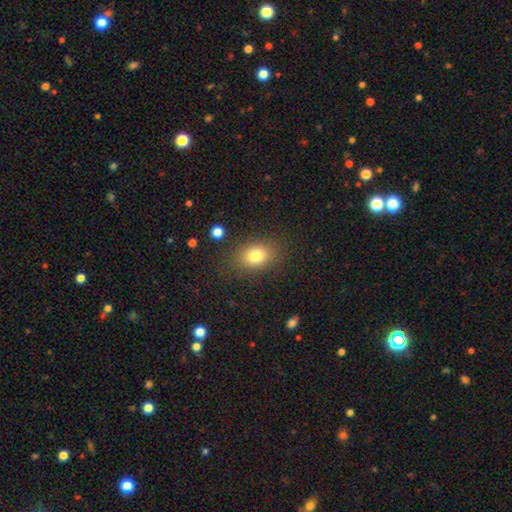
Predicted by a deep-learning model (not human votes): Overall: smooth (79%). How rounded: in between (63%; round 36%). Merging: none (82%).